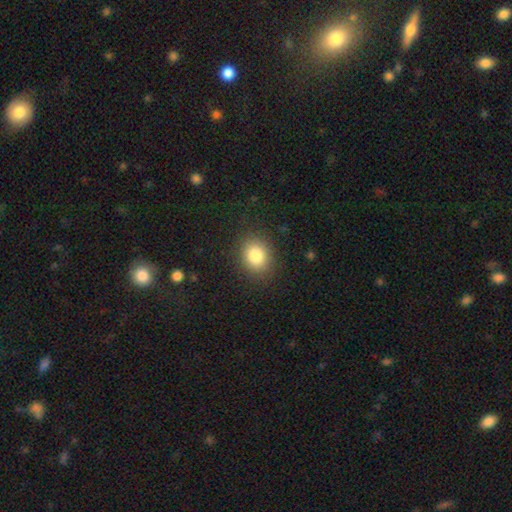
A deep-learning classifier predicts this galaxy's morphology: smooth-or-featured: smooth: 84% | star or artifact: 10% | featured or disk: 7%
  how-rounded: round: 58% | in between: 41% | cigar-shaped: 1%
  merging: none: 87% | minor disturbance: 9% | major disturbance: 3% | merger: 1%